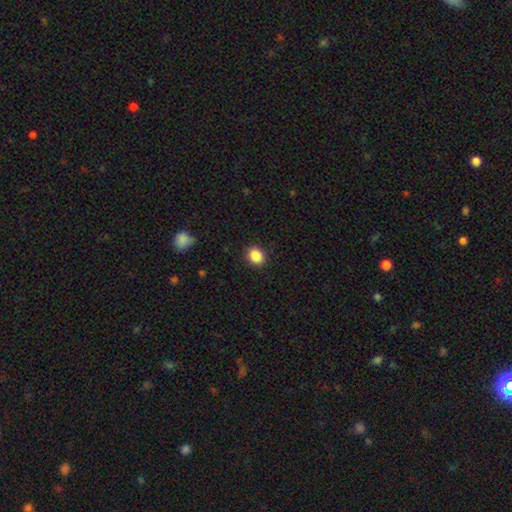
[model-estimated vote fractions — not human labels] A smooth galaxy with no disk features (88%) that is round (60%).

Vote fractions:
- Smooth or featured? smooth: 88% / star or artifact: 9% / featured or disk: 3%
- How rounded? round: 60% / in between: 39% / cigar-shaped: 1%
- Merging? none: 89% / minor disturbance: 7% / major disturbance: 2% / merger: 1%